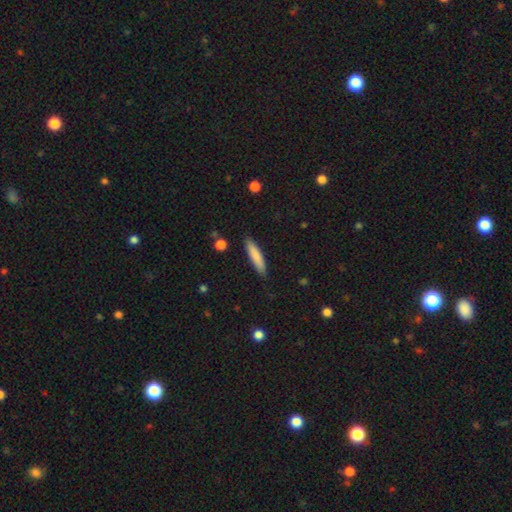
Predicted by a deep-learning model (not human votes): This appears to be a smooth galaxy with no disk features (82%) that is cigar-shaped (83%). Merging: none (87%).